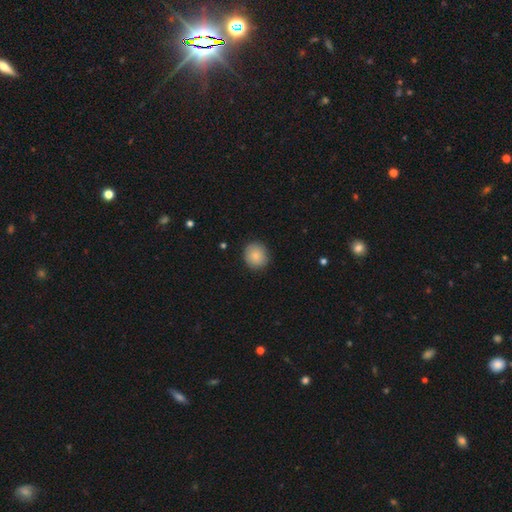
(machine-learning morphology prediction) smooth-or-featured: smooth: 86% | star or artifact: 8% | featured or disk: 6%
  how-rounded: round: 86% | in between: 13% | cigar-shaped: 1%
  merging: none: 88% | minor disturbance: 9% | major disturbance: 2% | merger: 1%